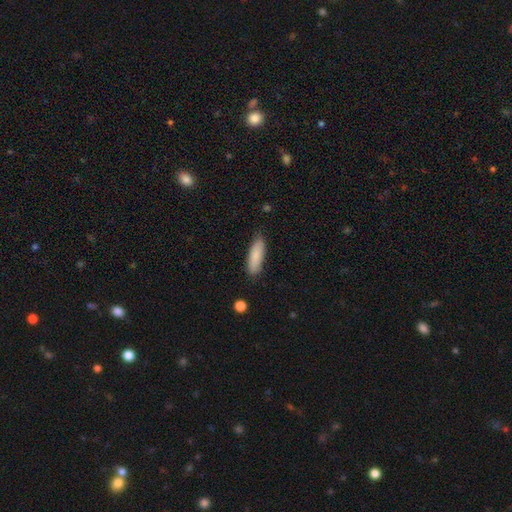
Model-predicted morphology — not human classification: Overall: smooth (86%). How rounded: cigar-shaped (54%; in between 45%). Merging: none (85%).